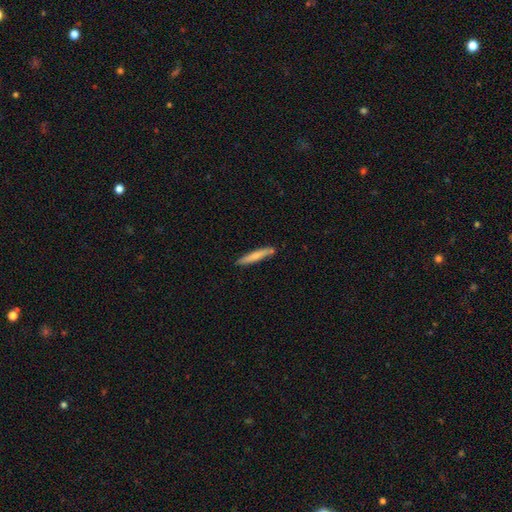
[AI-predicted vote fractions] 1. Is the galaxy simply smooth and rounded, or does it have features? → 69% smooth, 25% featured or disk, 6% star or artifact.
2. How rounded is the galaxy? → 94% cigar-shaped, 5% in between, 1% round.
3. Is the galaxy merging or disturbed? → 83% none, 11% minor disturbance, 4% merger, 2% major disturbance.